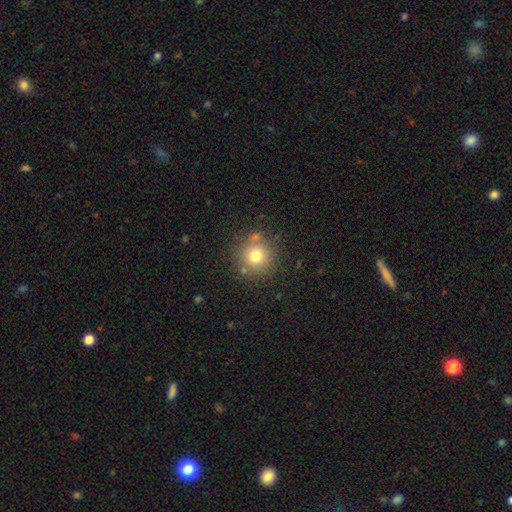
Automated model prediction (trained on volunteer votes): smooth 75%, star or artifact 14%, featured or disk 11%. Down the decision tree: how rounded — round (94%); merging — none (81%).